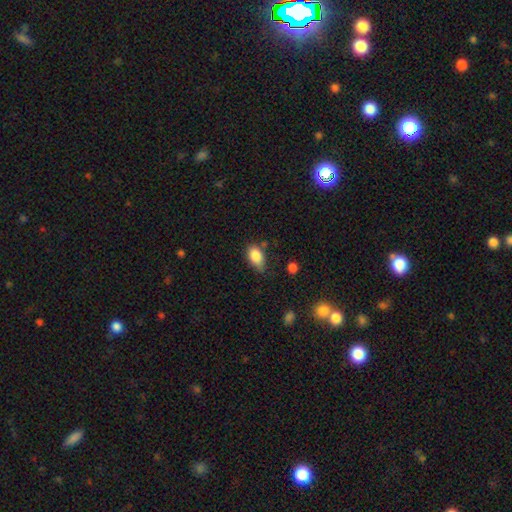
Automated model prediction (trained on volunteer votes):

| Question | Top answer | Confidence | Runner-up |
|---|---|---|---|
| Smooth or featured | smooth | 85% | star or artifact (8%) |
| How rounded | in between | 88% | round (9%) |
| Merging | none | 57% | minor disturbance (32%) |